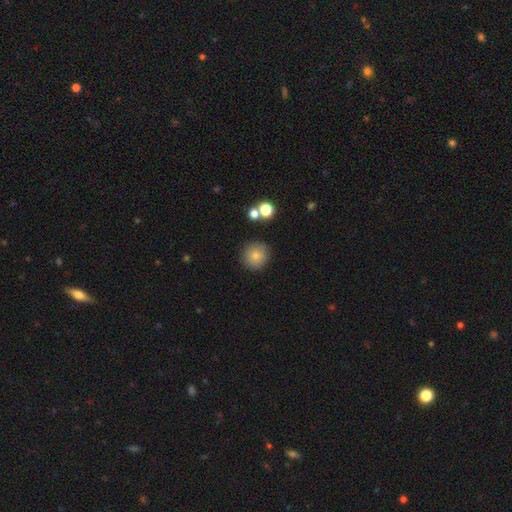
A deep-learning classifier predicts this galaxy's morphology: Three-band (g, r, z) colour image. It shows a smooth galaxy with no disk features (81%) that is round (94%). Merging: none (84%).